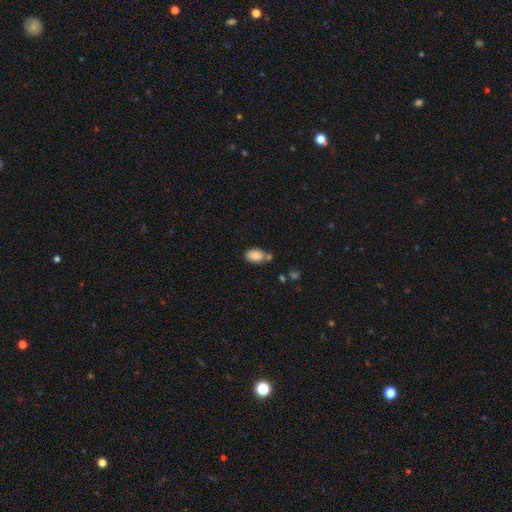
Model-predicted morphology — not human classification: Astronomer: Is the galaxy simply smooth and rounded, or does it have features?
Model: smooth — 86%.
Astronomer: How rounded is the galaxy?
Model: in between — 87%.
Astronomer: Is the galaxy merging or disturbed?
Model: none — 62%.